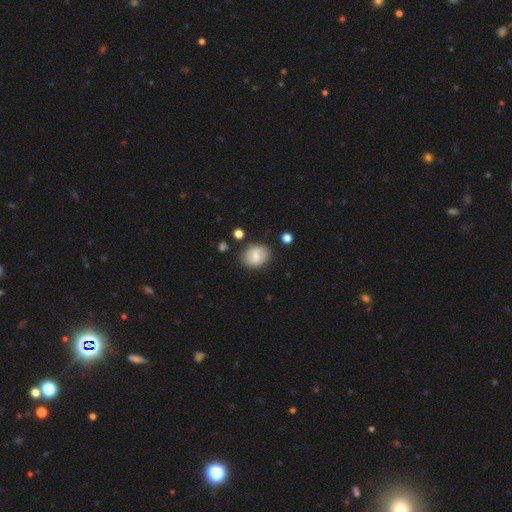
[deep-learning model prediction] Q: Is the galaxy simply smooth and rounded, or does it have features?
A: smooth — 70%.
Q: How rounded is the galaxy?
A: round — 54%.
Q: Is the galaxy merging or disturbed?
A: none — 79%.